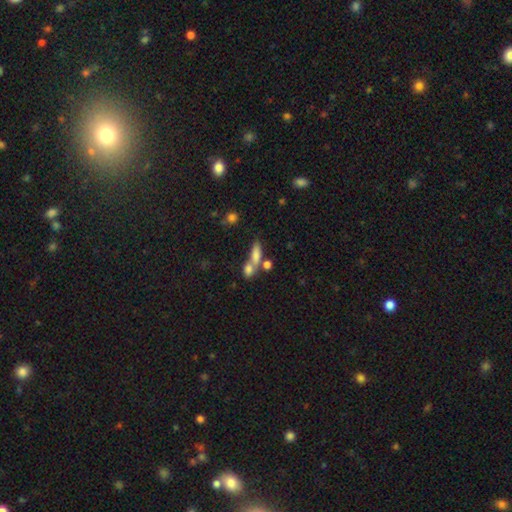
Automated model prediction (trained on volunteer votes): Smooth or featured? Predicted: smooth (p=0.72). How rounded? Predicted: in between (p=0.49). Merging? Predicted: merger (p=0.46).